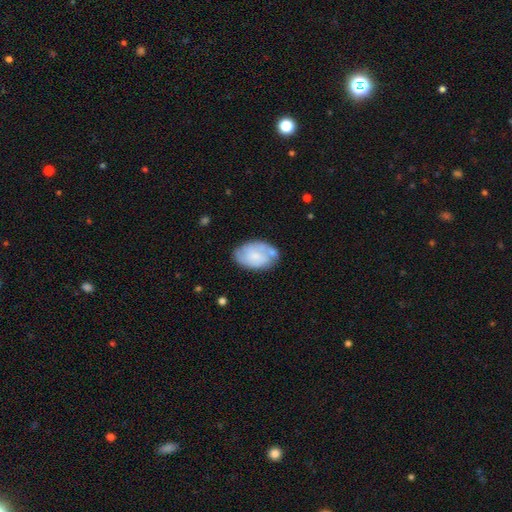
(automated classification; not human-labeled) featured or disk 48%, smooth 46%, star or artifact 7%. Down the decision tree: merging — none (58%).